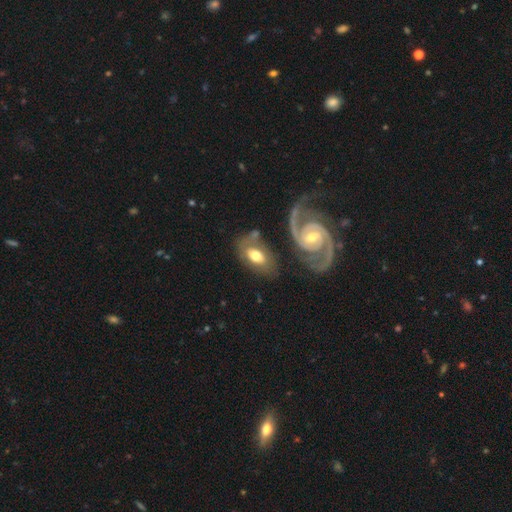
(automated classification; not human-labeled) The model was most divided on "smooth or featured": smooth: 49%, featured or disk: 45%, star or artifact: 6%. More confident: merging — none (51%).